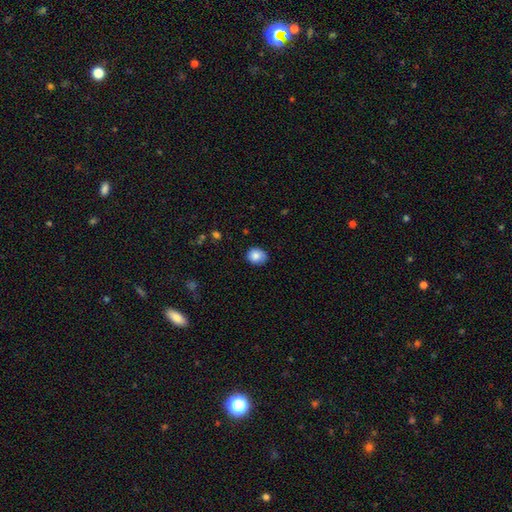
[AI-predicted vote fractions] Smooth or featured? smooth (84%)
How rounded? round (71%)
Merging? none (76%)